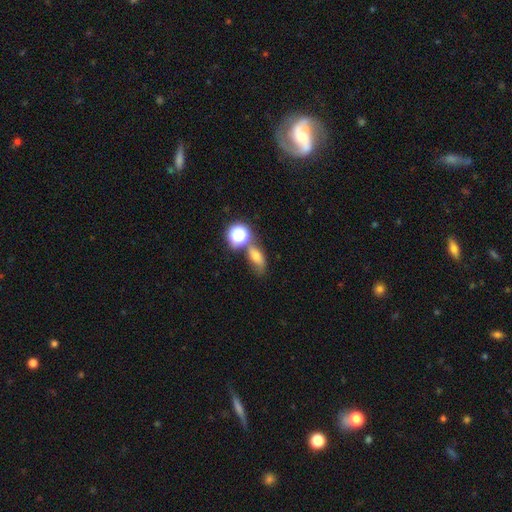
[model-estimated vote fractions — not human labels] smooth 62%, star or artifact 19%, featured or disk 19%. Down the decision tree: how rounded — in between (67%); merging — none (46%).